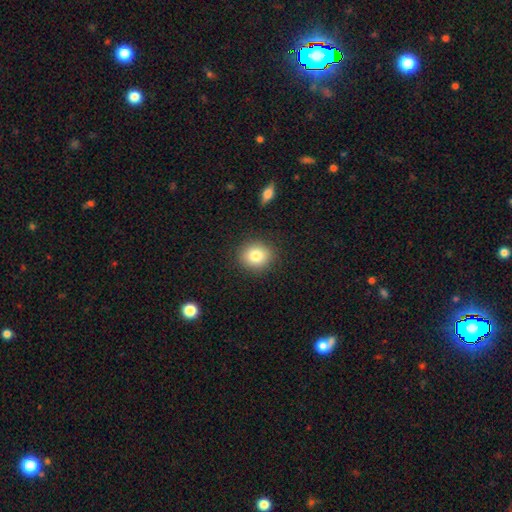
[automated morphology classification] Q: Smooth or featured?
A: smooth (81%); runner-up: star or artifact (10%)
Q: How rounded?
A: round (77%); runner-up: in between (22%)
Q: Merging?
A: none (89%); runner-up: minor disturbance (7%)